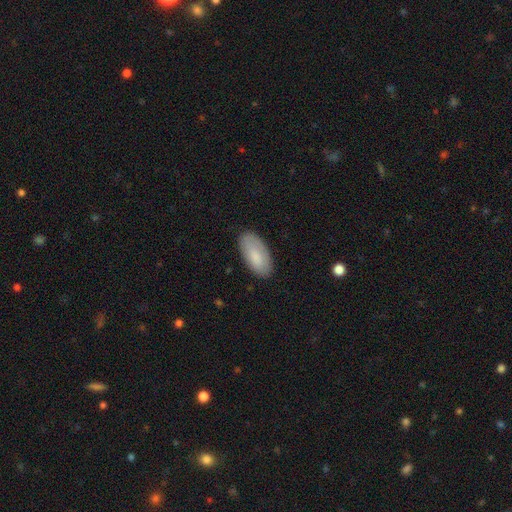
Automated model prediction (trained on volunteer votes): A smooth galaxy with no disk features (81%) that is in between round and cigar-shaped (93%). Merging: none (83%).